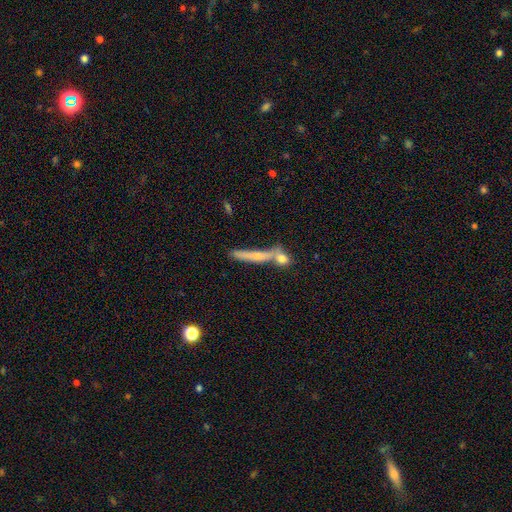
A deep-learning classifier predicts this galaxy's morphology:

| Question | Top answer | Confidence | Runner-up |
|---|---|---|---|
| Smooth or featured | smooth | 53% | featured or disk (38%) |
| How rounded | cigar-shaped | 86% | in between (9%) |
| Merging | none | 52% | merger (30%) |